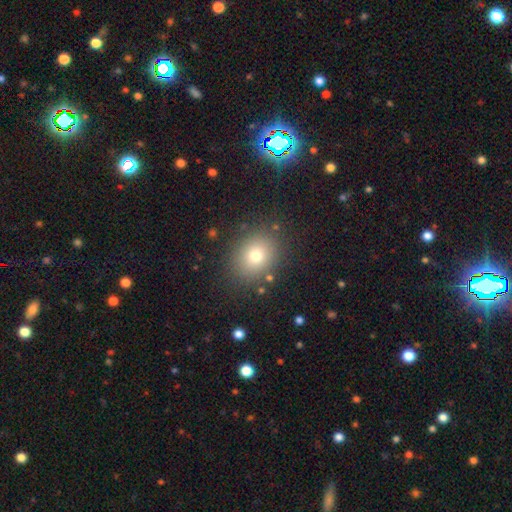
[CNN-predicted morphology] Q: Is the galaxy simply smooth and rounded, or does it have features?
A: smooth — 74%.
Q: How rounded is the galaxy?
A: round — 58%.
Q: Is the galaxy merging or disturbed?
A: none — 85%.